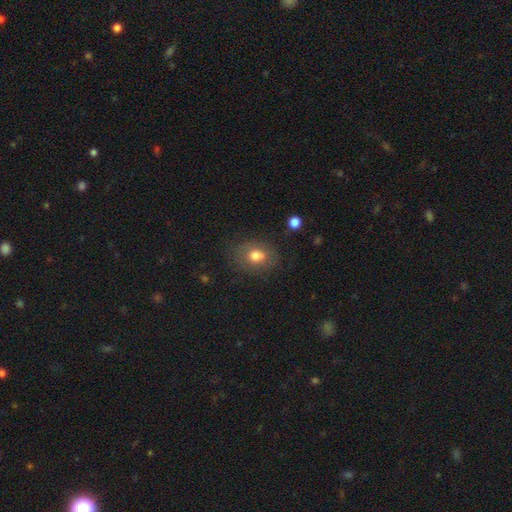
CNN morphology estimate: Smooth or featured: smooth — 72% (featured or disk — 18%)
How rounded: in between — 59% (round — 40%)
Merging: none — 71% (minor disturbance — 18%)